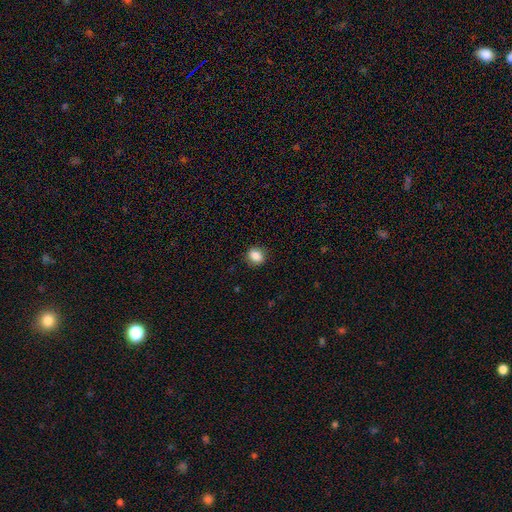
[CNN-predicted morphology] Q: Smooth or featured?
A: smooth (86%); runner-up: star or artifact (9%)
Q: How rounded?
A: round (73%); runner-up: in between (26%)
Q: Merging?
A: none (88%); runner-up: minor disturbance (9%)